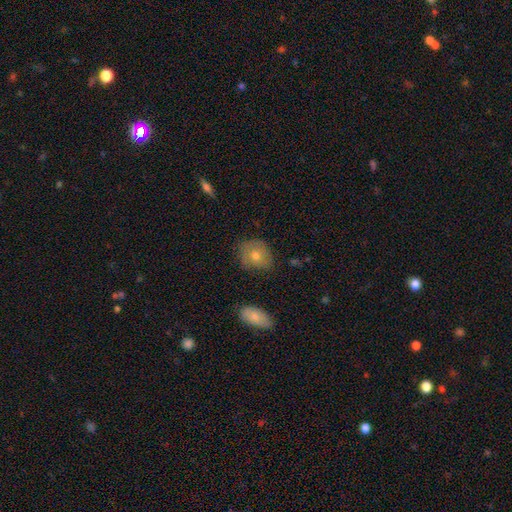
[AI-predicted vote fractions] Smooth or featured? smooth (60%)
How rounded? round (66%)
Merging? none (74%)